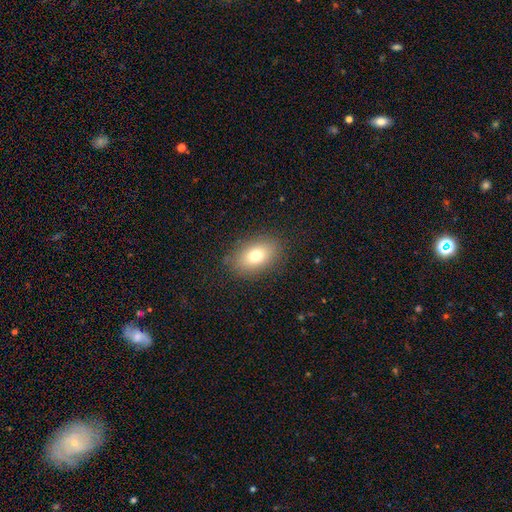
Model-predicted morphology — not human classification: This is likely a smooth galaxy (76%). How rounded: clearly in between (85%). Merging: clearly none (85%).